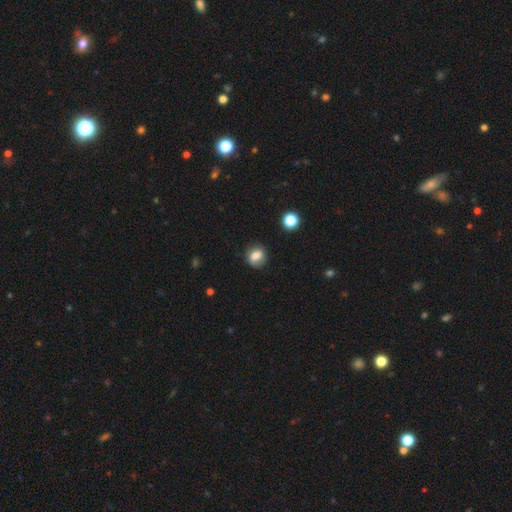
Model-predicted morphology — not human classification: Smooth or featured? smooth (75%)
How rounded? round (61%)
Merging? none (76%)